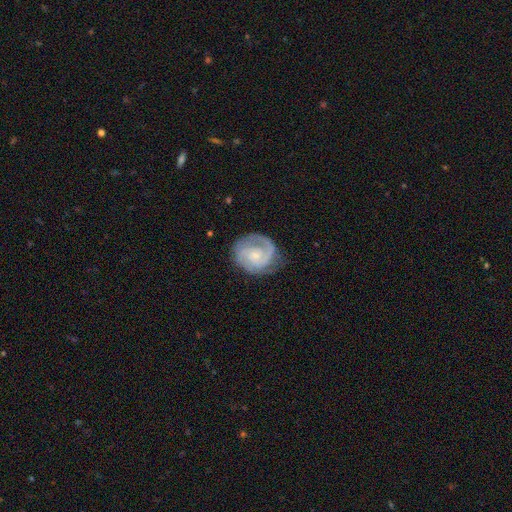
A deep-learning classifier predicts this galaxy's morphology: Smooth or featured?
  - featured or disk: 83% *
  - smooth: 12%
  - star or artifact: 5%
Edge-on disk?
  - no: 98% *
  - yes: 2%
Bar?
  - no: 63% *
  - weak: 32%
  - strong: 5%
Spiral arms?
  - yes: 96% *
  - no: 4%
Spiral winding?
  - tight: 52% *
  - medium: 39%
  - loose: 10%
Spiral arm count?
  - 2: 60% *
  - can't tell: 13%
  - 3: 12%
  - 1: 9%
  - 4: 3%
  - more than 4: 3%
Bulge size?
  - small: 65% *
  - moderate: 27%
  - none: 6%
  - large: 2%
  - dominant: 1%
Merging?
  - none: 72% *
  - minor disturbance: 19%
  - major disturbance: 8%
  - merger: 1%